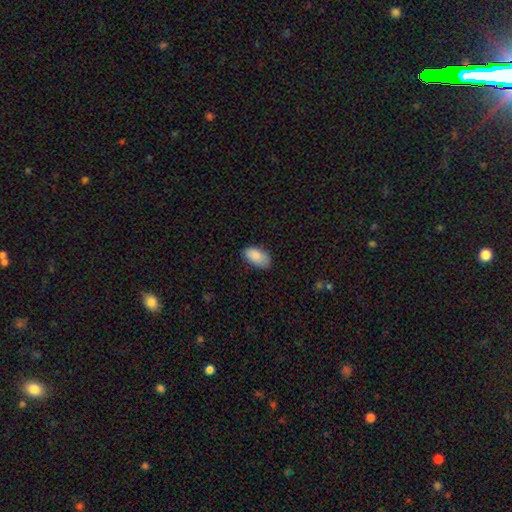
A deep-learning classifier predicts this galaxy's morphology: Smooth or featured? smooth (88%)
How rounded? in between (95%)
Merging? none (75%)